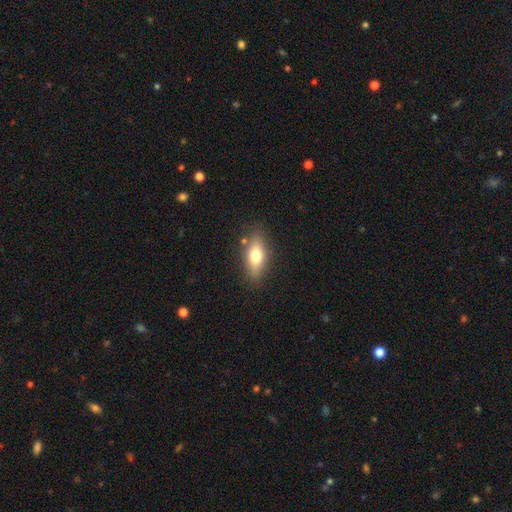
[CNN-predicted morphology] The model was most divided on "smooth or featured": smooth: 69%, featured or disk: 23%, star or artifact: 7%. More confident: merging — none (82%); how rounded — in between (74%).